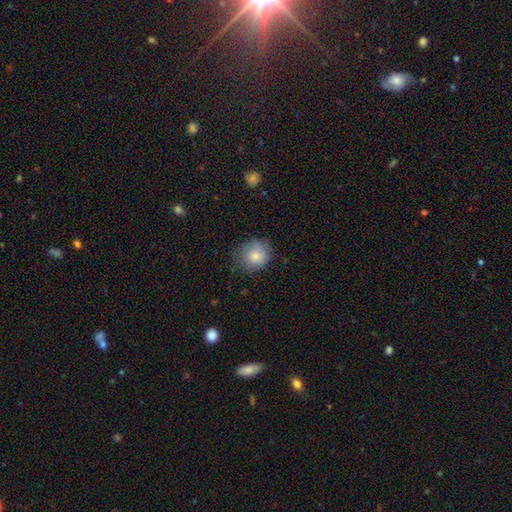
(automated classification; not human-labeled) Morphology: type=smooth (82%); roundness=round (79%); merging=none (73%).